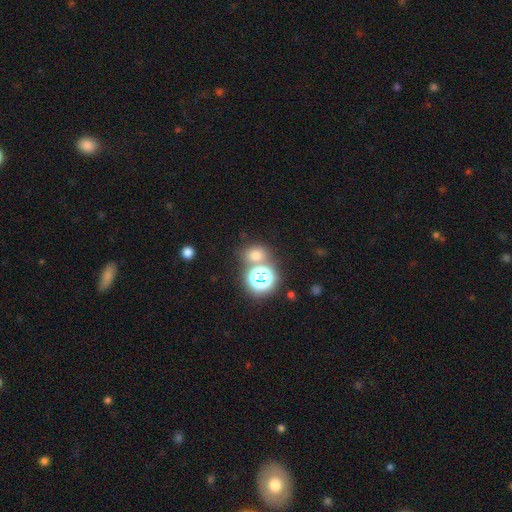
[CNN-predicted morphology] Smooth or featured? smooth (61%)
How rounded? round (64%)
Merging? none (63%)